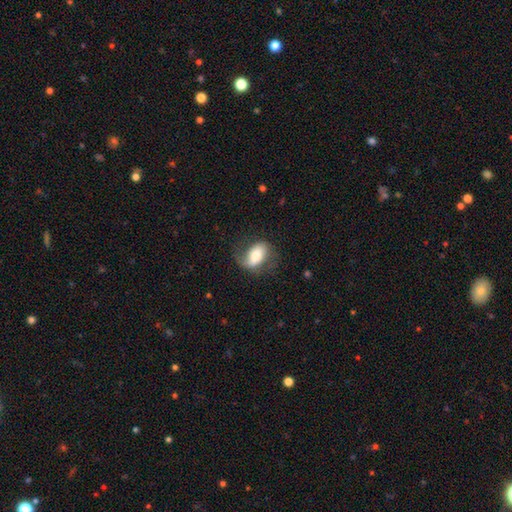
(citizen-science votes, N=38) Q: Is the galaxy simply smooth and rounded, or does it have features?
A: smooth — 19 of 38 (50%).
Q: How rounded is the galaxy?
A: in between — 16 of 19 (84%).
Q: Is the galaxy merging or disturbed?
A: none — 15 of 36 (42%).